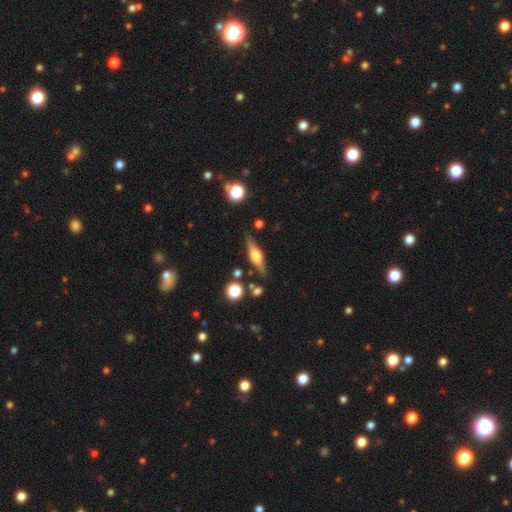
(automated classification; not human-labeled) Overall: featured or disk (70%). Edge-on disk: yes (95%). Edge-on bulge: rounded (93%). Merging: none (84%).